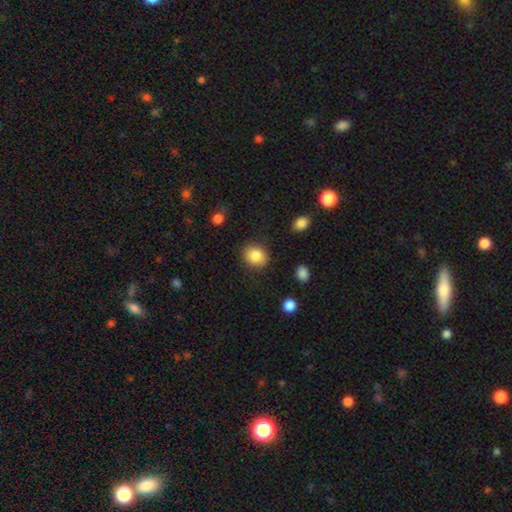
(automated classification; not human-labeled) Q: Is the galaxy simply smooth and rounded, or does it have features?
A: smooth — 85%.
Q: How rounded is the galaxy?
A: round — 62%.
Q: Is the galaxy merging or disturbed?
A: none — 86%.